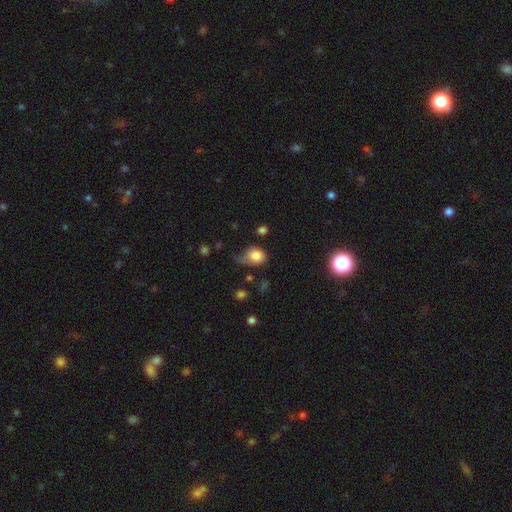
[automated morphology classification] This is likely a smooth galaxy (80%). How rounded: possibly in between (51%). Merging: marginally none (35%).